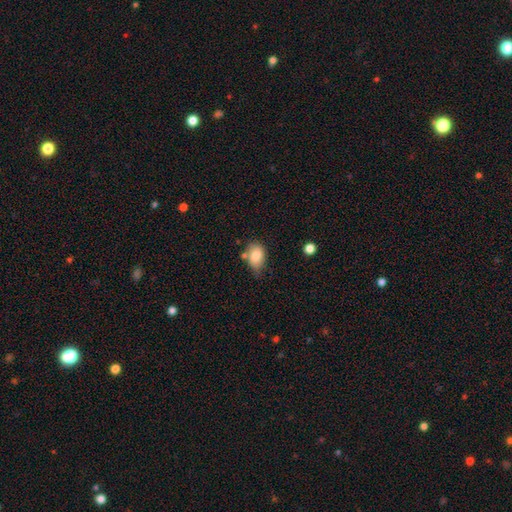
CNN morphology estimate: Overall: smooth (81%). How rounded: in between (77%). Merging: none (49%; minor disturbance 32%).